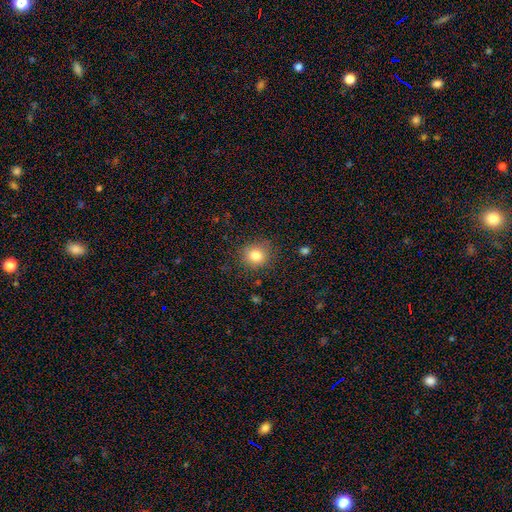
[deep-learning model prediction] This is clearly a smooth galaxy (82%). How rounded: clearly round (83%). Merging: clearly none (84%).